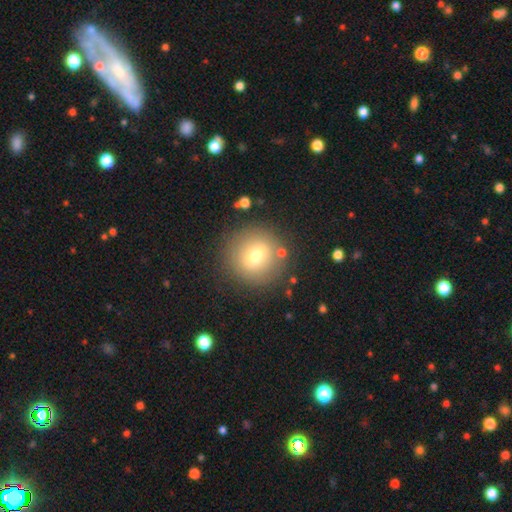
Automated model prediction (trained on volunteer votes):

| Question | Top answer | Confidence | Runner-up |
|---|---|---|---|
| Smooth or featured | smooth | 65% | featured or disk (24%) |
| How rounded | round | 92% | in between (7%) |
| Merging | none | 84% | minor disturbance (9%) |